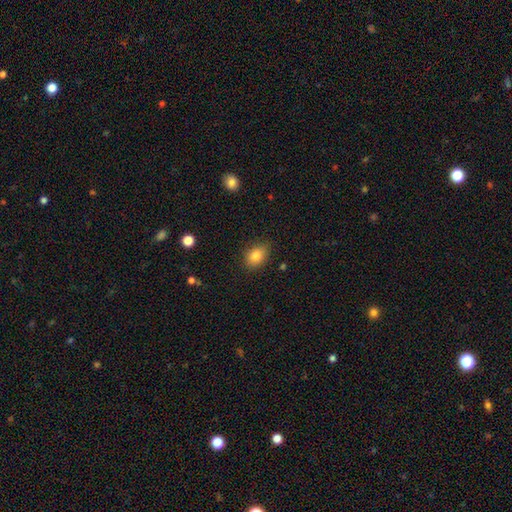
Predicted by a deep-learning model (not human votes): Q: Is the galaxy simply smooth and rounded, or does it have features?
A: smooth — 84%.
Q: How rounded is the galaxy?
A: in between — 67%.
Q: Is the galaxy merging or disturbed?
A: none — 82%.